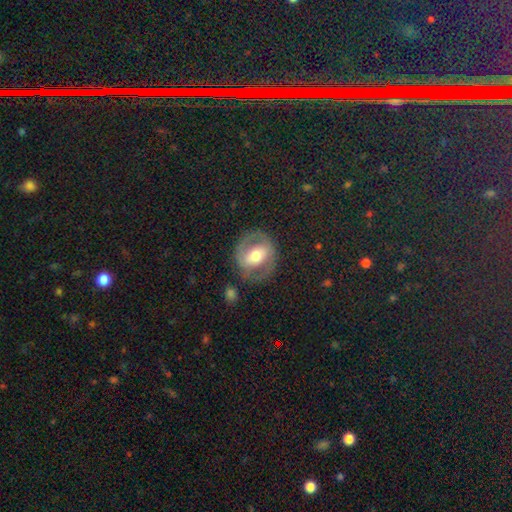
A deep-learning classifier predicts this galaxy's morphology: smooth-or-featured: featured or disk: 66% | smooth: 28% | star or artifact: 6%
  disk-edge-on: no: 95% | yes: 5%
    bar: strong: 39% | weak: 35% | no: 27%
    has-spiral-arms: yes: 66% | no: 34%
    bulge-size: moderate: 67% | small: 15% | large: 15% | dominant: 2% | none: 1%
  merging: none: 75% | minor disturbance: 14% | major disturbance: 9% | merger: 2%